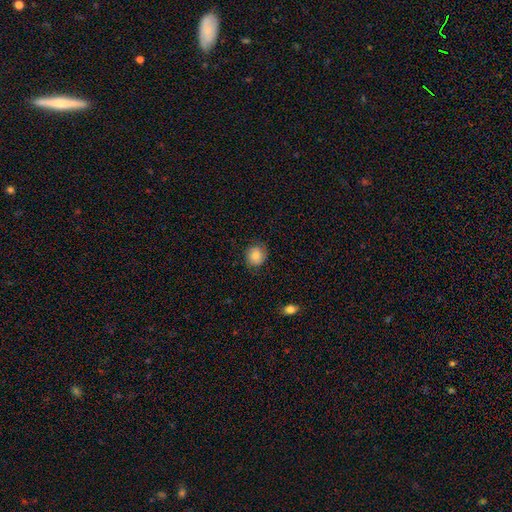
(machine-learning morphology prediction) smooth-or-featured: smooth: 78% | featured or disk: 14% | star or artifact: 9%
  how-rounded: round: 77% | in between: 22% | cigar-shaped: 1%
  merging: none: 80% | minor disturbance: 15% | major disturbance: 4% | merger: 1%